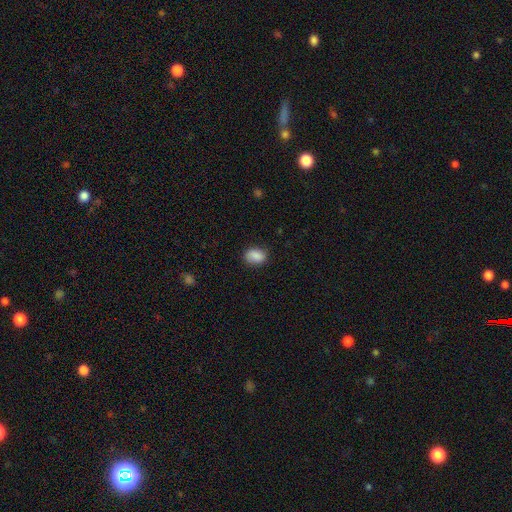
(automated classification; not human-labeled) This appears to be a smooth galaxy with no disk features (87%) that is in between round and cigar-shaped (71%). Merging: none (79%).